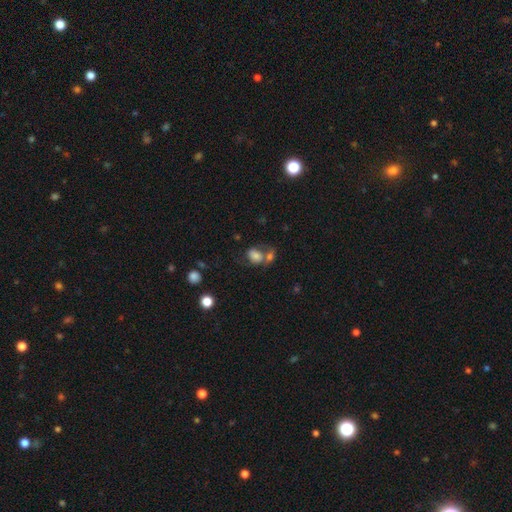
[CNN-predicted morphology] type=smooth (73%); roundness=in between (66%); merging=merger (46%).